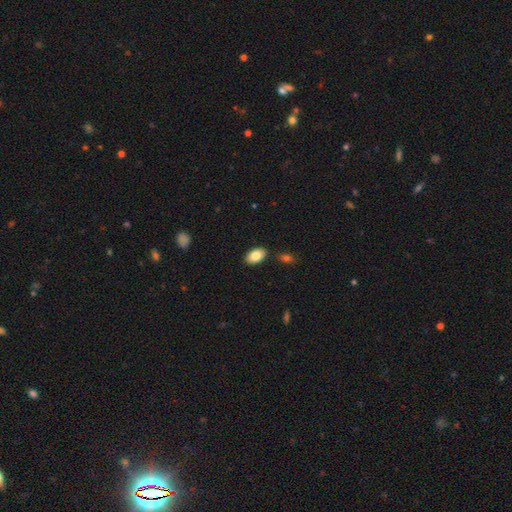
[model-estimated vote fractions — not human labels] Morphology: type=smooth (83%); roundness=in between (93%); merging=none (86%).